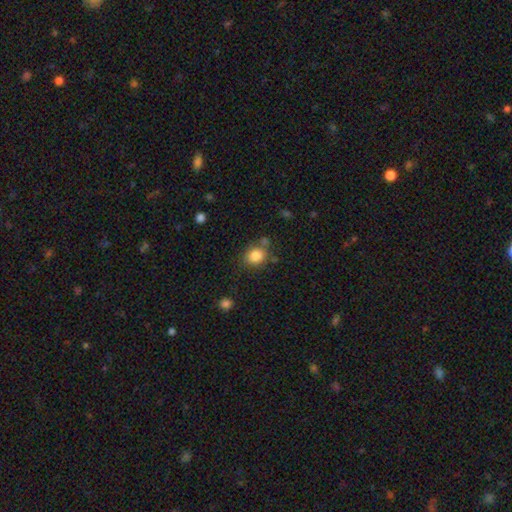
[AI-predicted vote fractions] A smooth galaxy with no disk features (84%) that is round (59%). Merging: none (70%).